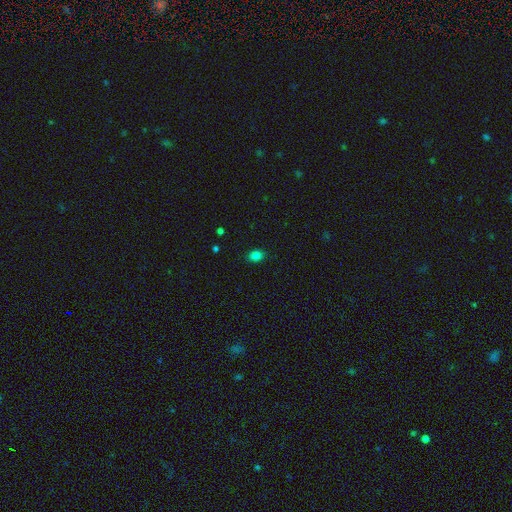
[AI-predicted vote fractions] A smooth galaxy with no disk features (82%) that is in between round and cigar-shaped (65%). Merging: none (88%).